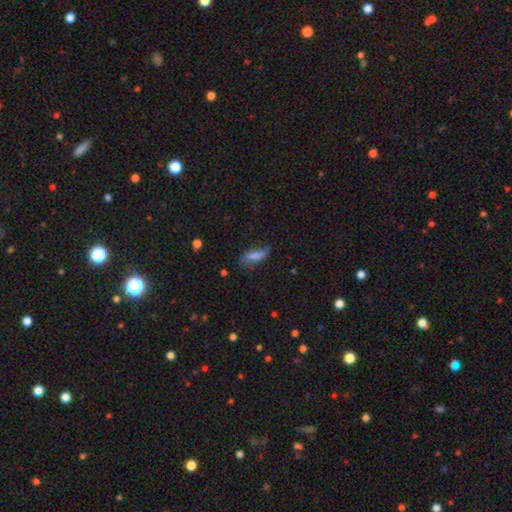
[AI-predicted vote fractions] A smooth galaxy with no disk features (67%) that is in between round and cigar-shaped (69%).

Vote fractions:
- Smooth or featured? smooth: 67% / featured or disk: 23% / star or artifact: 10%
- How rounded? in between: 69% / cigar-shaped: 28% / round: 3%
- Merging? none: 52% / minor disturbance: 31% / major disturbance: 14% / merger: 3%